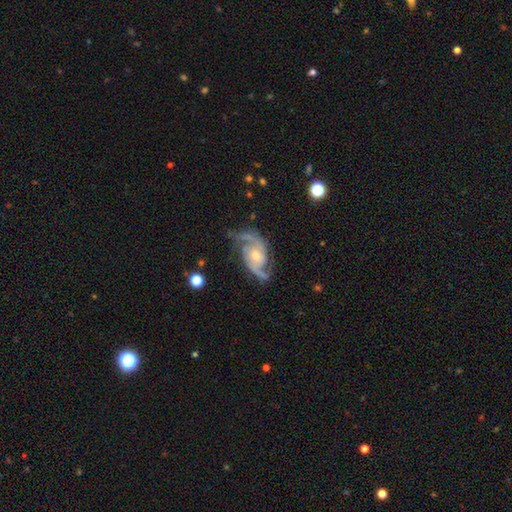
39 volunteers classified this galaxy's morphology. Smooth or featured? featured or disk (95%)
Edge-on disk? no (100%)
Bar? no (57%)
Spiral arms? yes (100%)
Spiral winding? medium (46%)
Spiral arm count? 2 (100%)
Bulge size? moderate (49%)
Merging? none (68%)